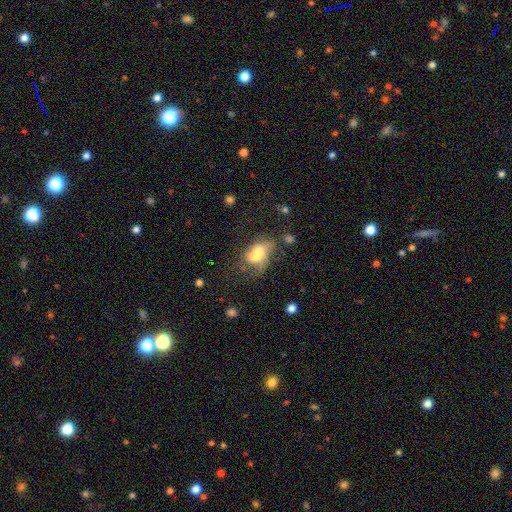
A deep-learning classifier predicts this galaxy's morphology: Smooth or featured? smooth (59%)
How rounded? in between (74%)
Merging? merger (51%)